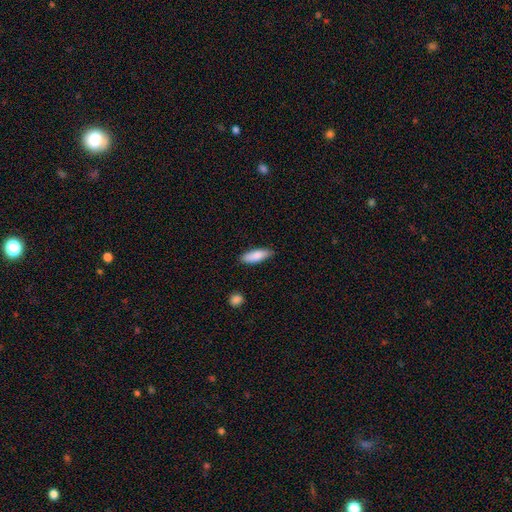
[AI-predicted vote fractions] Overall: smooth (85%). How rounded: in between (58%; cigar-shaped 41%). Merging: none (84%).